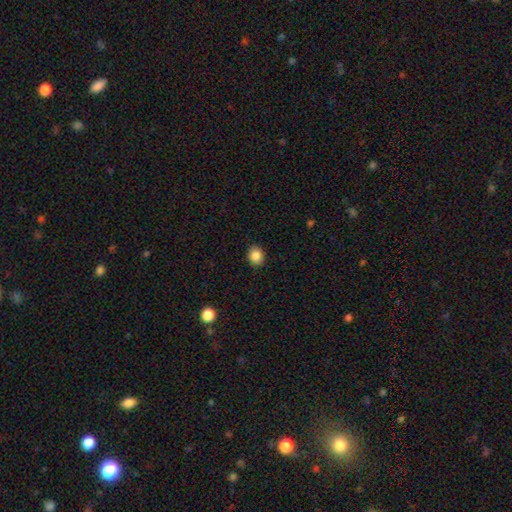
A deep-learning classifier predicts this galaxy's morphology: Smooth or featured: smooth — 87% (star or artifact — 10%)
How rounded: round — 66% (in between — 34%)
Merging: none — 90% (minor disturbance — 7%)